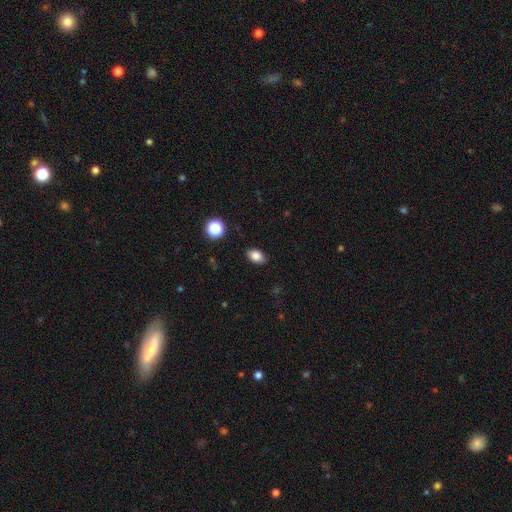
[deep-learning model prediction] This appears to be a smooth galaxy with no disk features (84%) that is in between round and cigar-shaped (86%). Merging: none (87%).